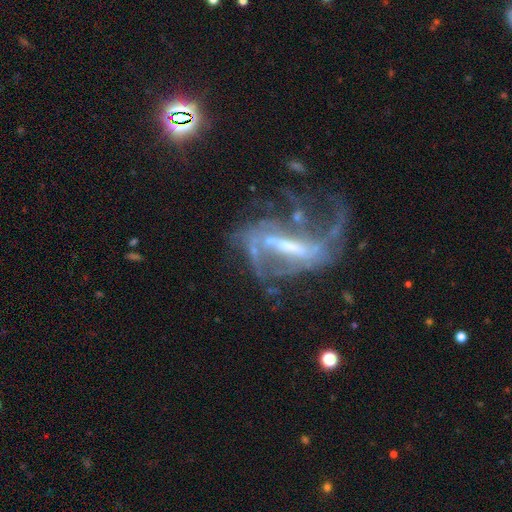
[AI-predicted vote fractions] featured or disk 82%, star or artifact 10%, smooth 8%. Down the decision tree: edge-on disk — no (92%); bar — strong (60%); spiral arms — yes (82%); spiral arm count — 2 (50%); spiral winding — loose (53%); bulge size — moderate (40%); merging — major disturbance (40%).